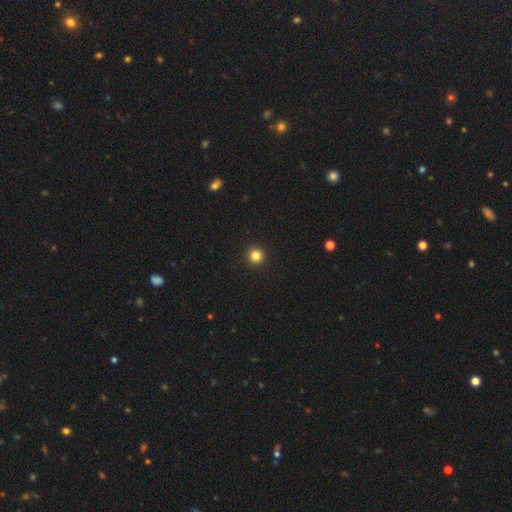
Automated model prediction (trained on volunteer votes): Smooth or featured: smooth — 83% (star or artifact — 13%)
How rounded: round — 96% (in between — 3%)
Merging: none — 94% (minor disturbance — 3%)